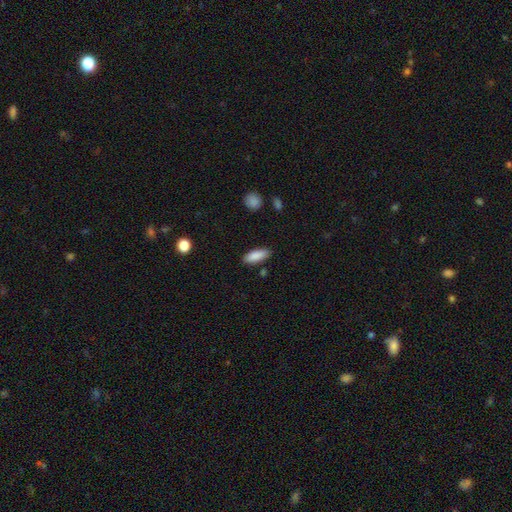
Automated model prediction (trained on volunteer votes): A smooth galaxy with no disk features (87%) that is in between round and cigar-shaped (68%). Merging: none (85%).